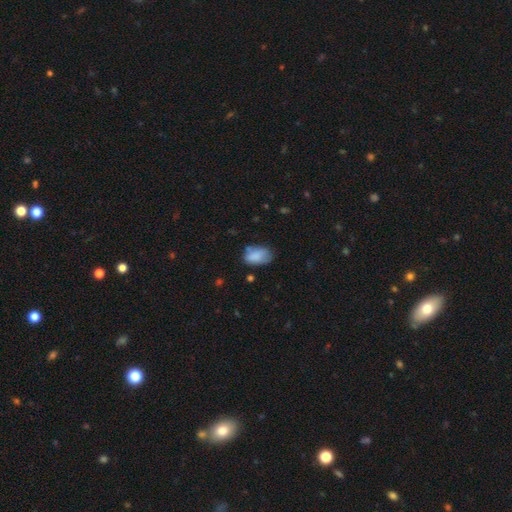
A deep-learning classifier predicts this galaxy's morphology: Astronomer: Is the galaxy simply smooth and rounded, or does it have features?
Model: smooth — 83%.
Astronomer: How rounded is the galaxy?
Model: in between — 87%.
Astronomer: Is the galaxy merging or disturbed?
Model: none — 59%.